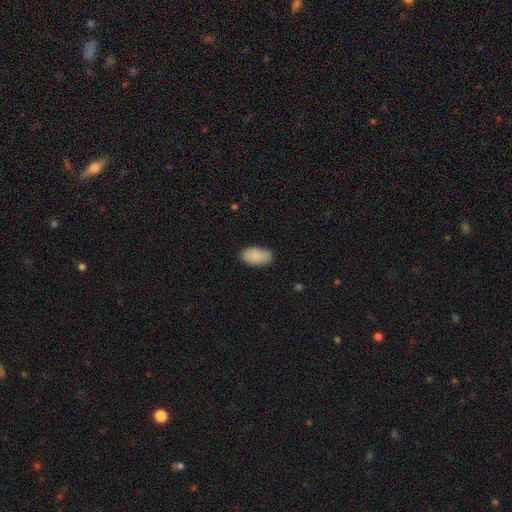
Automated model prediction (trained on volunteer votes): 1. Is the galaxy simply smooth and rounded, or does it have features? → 88% smooth, 6% star or artifact, 6% featured or disk.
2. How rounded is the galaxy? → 95% in between, 4% round, 2% cigar-shaped.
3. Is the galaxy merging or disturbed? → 82% none, 14% minor disturbance, 3% major disturbance, 1% merger.